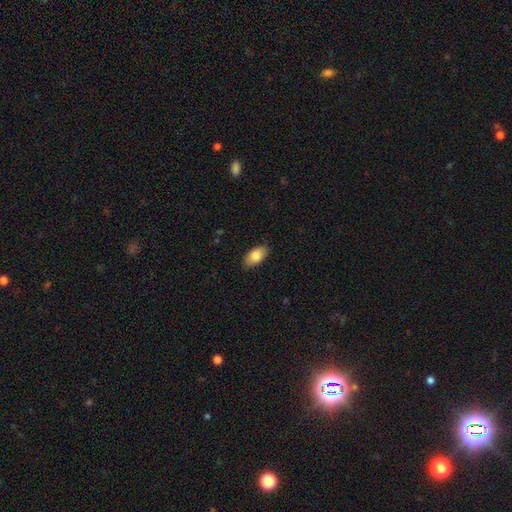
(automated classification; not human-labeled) smooth_or_featured: smooth (p=0.84) [alt: featured or disk p=0.10]
how_rounded: in between (p=0.94) [alt: round p=0.04]
merging: none (p=0.85) [alt: minor disturbance p=0.11]